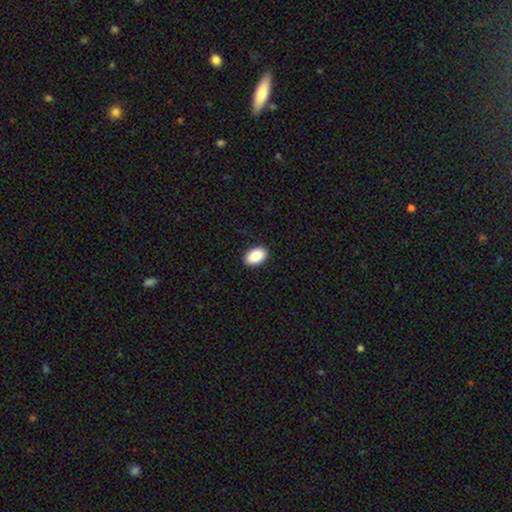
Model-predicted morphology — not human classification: Smooth or featured? Predicted: smooth (p=0.89). How rounded? Predicted: in between (p=0.92). Merging? Predicted: none (p=0.90).